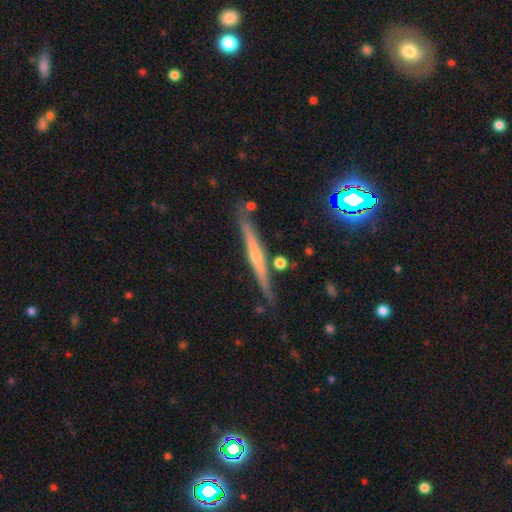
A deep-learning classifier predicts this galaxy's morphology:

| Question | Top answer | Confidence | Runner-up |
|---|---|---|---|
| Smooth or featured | featured or disk | 66% | smooth (24%) |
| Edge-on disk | yes | 97% | no (3%) |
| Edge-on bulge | rounded | 64% | none (30%) |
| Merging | none | 81% | minor disturbance (12%) |